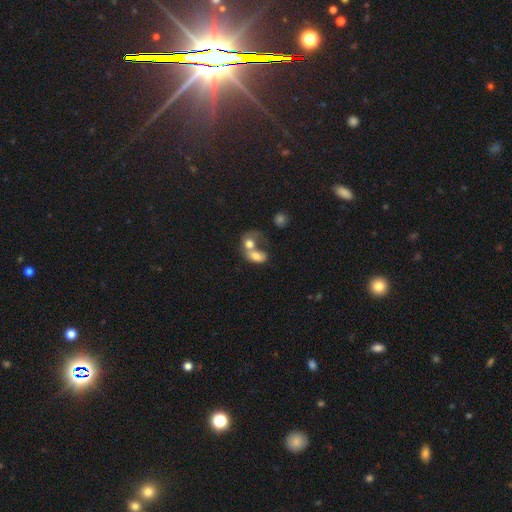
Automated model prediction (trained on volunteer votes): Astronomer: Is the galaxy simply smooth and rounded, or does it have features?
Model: smooth — 70%.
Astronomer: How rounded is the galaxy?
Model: in between — 78%.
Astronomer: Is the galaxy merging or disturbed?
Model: merger — 73%.